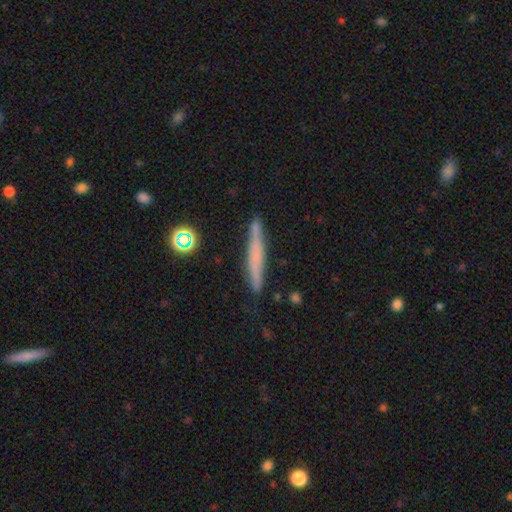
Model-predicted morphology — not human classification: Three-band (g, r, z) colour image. It shows a smooth galaxy with no disk features (57%) that is cigar-shaped (95%). Merging: none (81%).